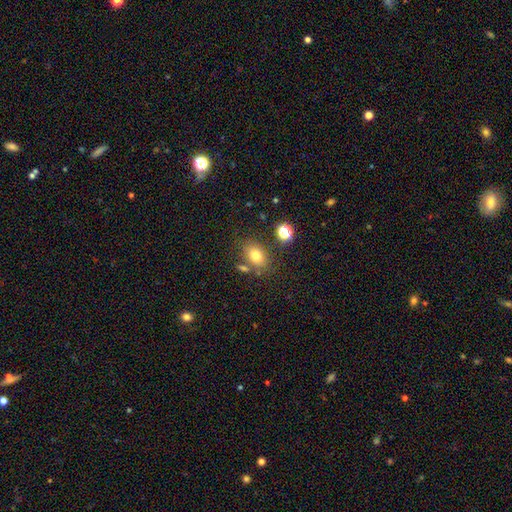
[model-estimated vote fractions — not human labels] Q: Smooth or featured?
A: smooth (76%); runner-up: star or artifact (12%)
Q: How rounded?
A: in between (74%); runner-up: round (25%)
Q: Merging?
A: none (72%); runner-up: minor disturbance (13%)